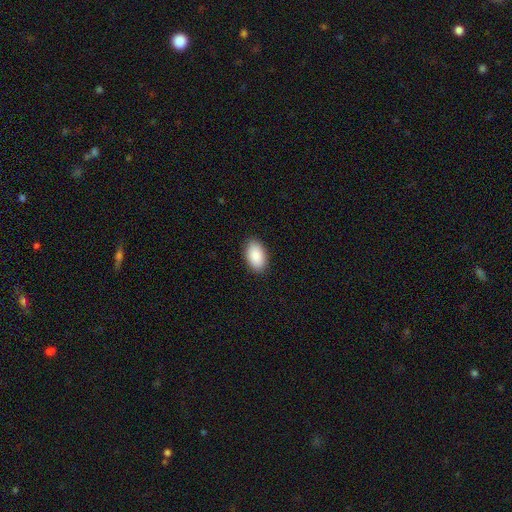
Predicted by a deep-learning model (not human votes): Overall: smooth (90%). How rounded: in between (95%). Merging: none (89%).